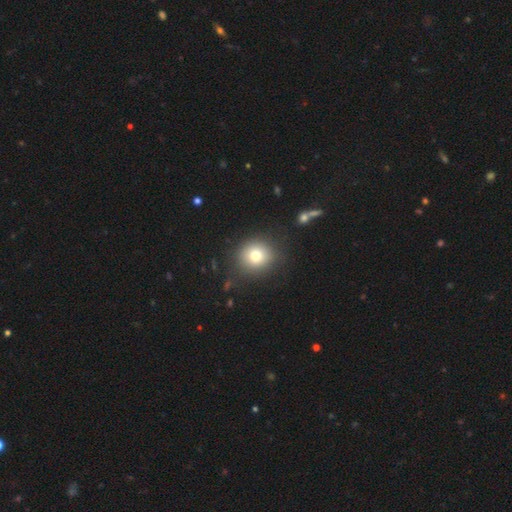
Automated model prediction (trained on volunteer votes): A smooth galaxy with no disk features (77%) that is round (84%). Merging: none (84%).